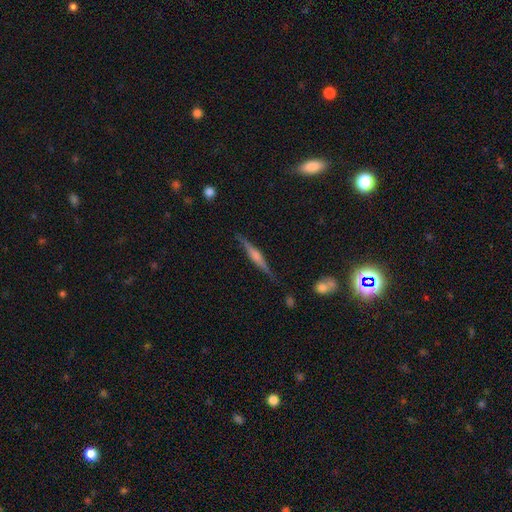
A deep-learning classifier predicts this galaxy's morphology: Smooth or featured: featured or disk — 75% (smooth — 17%)
Edge-on disk: yes — 97% (no — 3%)
Edge-on bulge: rounded — 68% (boxy — 21%)
Merging: none — 87% (minor disturbance — 10%)